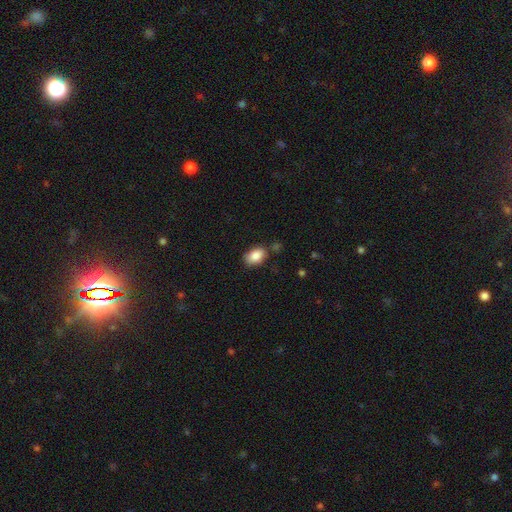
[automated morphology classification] type=smooth (86%); roundness=in between (86%); merging=none (73%).